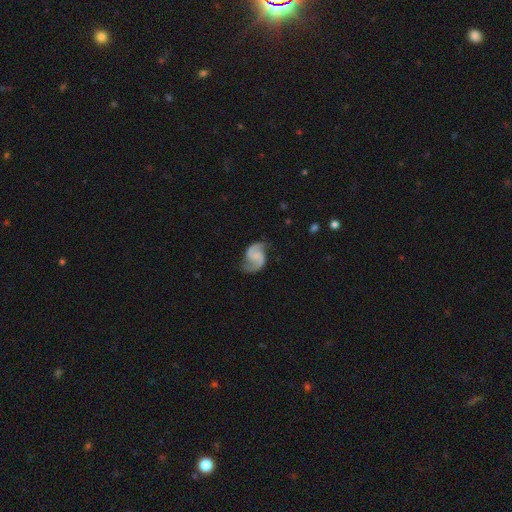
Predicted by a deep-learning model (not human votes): Morphology: type=featured or disk (88%); edge-on=no (98%); bar=no (54%); spiral arms=yes (97%); winding=medium (52%); arm count=2 (94%); bulge=none (62%); merging=none (76%).